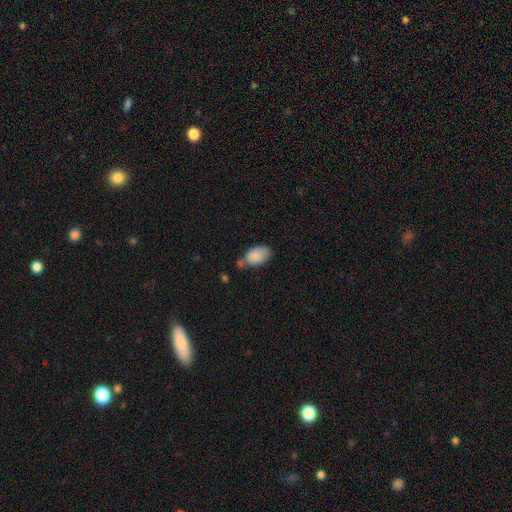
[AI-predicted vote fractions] Smooth or featured: smooth — 87% (star or artifact — 7%)
How rounded: in between — 92% (round — 7%)
Merging: none — 52% (minor disturbance — 25%)